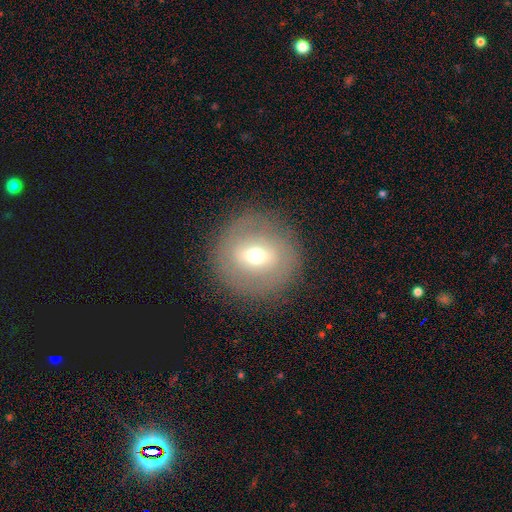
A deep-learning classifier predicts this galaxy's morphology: Smooth or featured? Predicted: featured or disk (p=0.45, tied with smooth). Merging? Predicted: none (p=0.86).